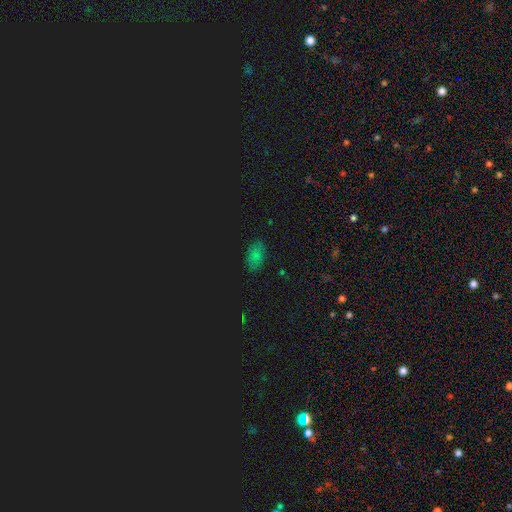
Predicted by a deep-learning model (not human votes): Smooth or featured: smooth — 65% (star or artifact — 27%)
How rounded: in between — 88% (round — 10%)
Merging: none — 82% (minor disturbance — 13%)